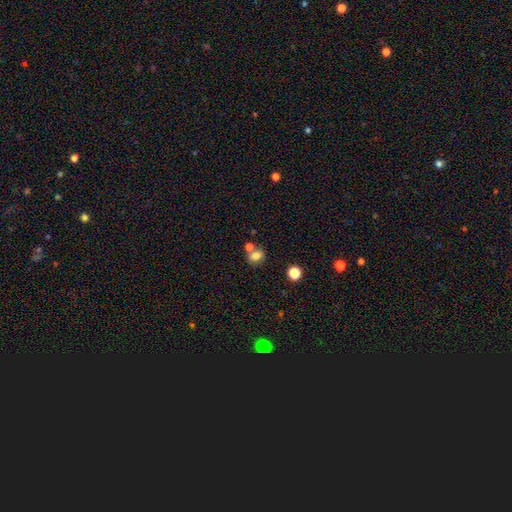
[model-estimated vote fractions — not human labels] Morphology: type=smooth (78%); roundness=in between (54%); merging=none (51%).